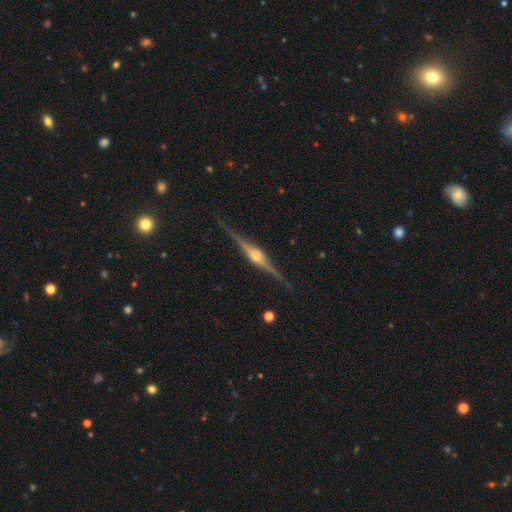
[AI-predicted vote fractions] Smooth or featured?
  - featured or disk: 89% *
  - smooth: 6%
  - star or artifact: 5%
Edge-on disk?
  - yes: 98% *
  - no: 2%
Edge-on bulge?
  - rounded: 91% *
  - boxy: 6%
  - none: 2%
Merging?
  - none: 88% *
  - minor disturbance: 9%
  - major disturbance: 2%
  - merger: 1%